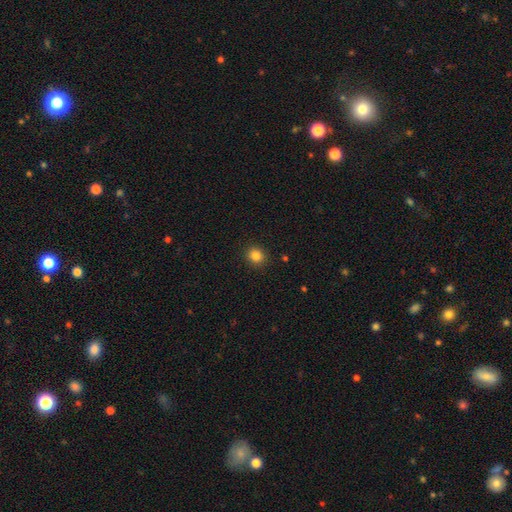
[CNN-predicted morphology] Smooth or featured?
  - smooth: 84% *
  - star or artifact: 12%
  - featured or disk: 5%
How rounded?
  - round: 86% *
  - in between: 14%
  - cigar-shaped: 1%
Merging?
  - none: 91% *
  - minor disturbance: 6%
  - major disturbance: 2%
  - merger: 1%